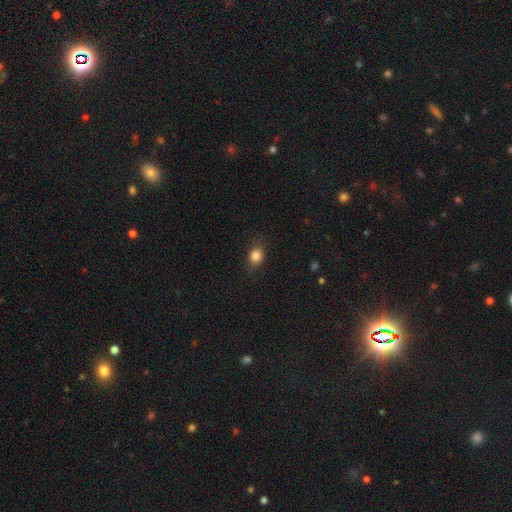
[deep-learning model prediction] smooth-or-featured: smooth: 85% | star or artifact: 10% | featured or disk: 5%
  how-rounded: round: 49% (tied) | in between: 49% (tied) | cigar-shaped: 1%
  merging: none: 82% | minor disturbance: 13% | major disturbance: 4% | merger: 1%